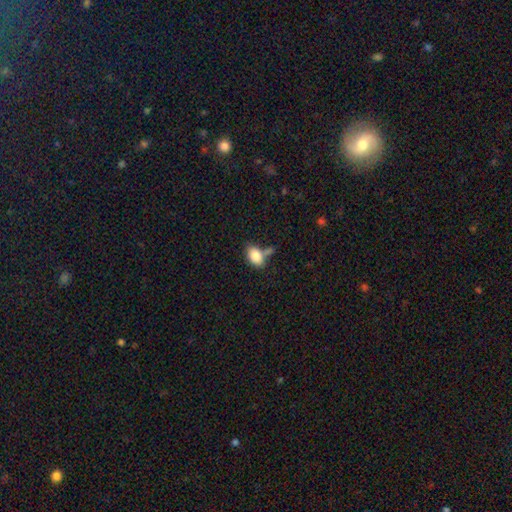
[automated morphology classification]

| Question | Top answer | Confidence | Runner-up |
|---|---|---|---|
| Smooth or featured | smooth | 85% | star or artifact (8%) |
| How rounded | in between | 88% | round (11%) |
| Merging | none | 47% | merger (26%) |